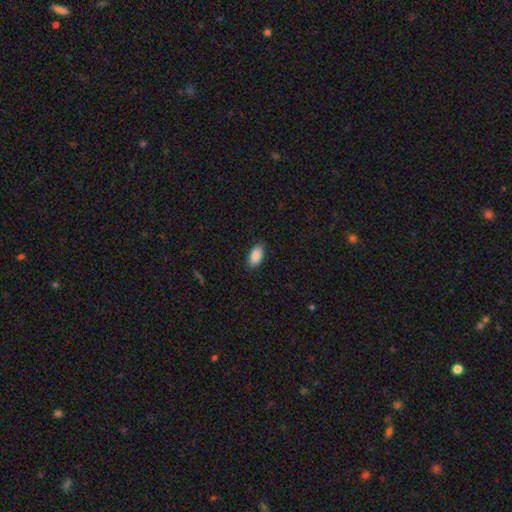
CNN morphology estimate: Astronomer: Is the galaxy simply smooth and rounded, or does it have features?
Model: smooth — 89%.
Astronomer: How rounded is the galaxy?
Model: in between — 93%.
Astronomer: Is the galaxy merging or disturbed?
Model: none — 87%.